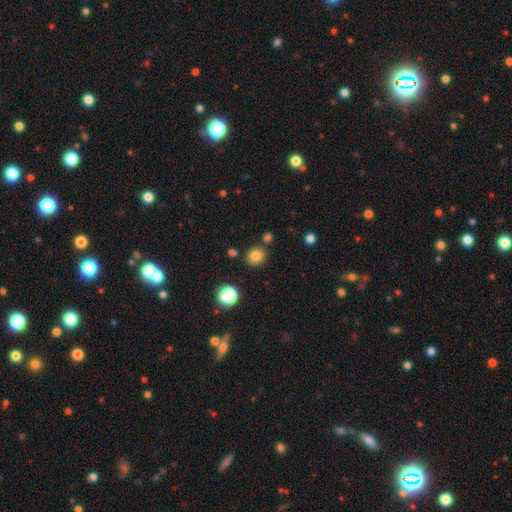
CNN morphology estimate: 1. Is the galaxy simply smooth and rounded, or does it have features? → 83% smooth, 13% star or artifact, 5% featured or disk.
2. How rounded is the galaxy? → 83% round, 16% in between, 1% cigar-shaped.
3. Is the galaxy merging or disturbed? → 83% none, 9% minor disturbance, 6% merger, 3% major disturbance.